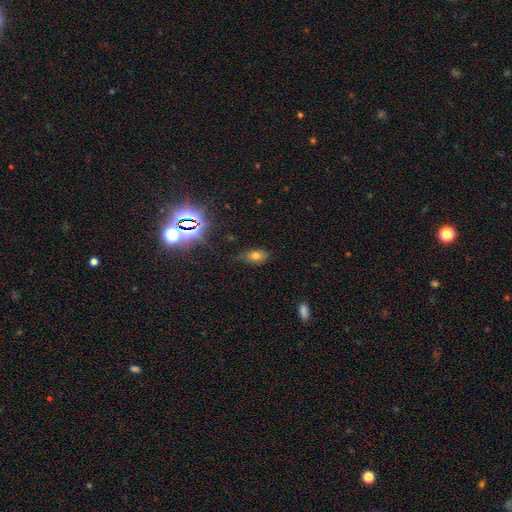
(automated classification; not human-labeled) Smooth or featured?
  - smooth: 67% *
  - star or artifact: 22%
  - featured or disk: 12%
How rounded?
  - in between: 83% *
  - round: 14%
  - cigar-shaped: 3%
Merging?
  - none: 69% *
  - minor disturbance: 24%
  - major disturbance: 6%
  - merger: 2%